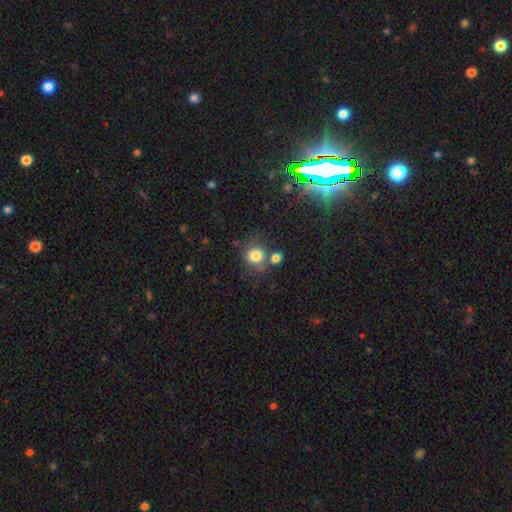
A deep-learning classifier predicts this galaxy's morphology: A smooth galaxy with no disk features (80%) that is round (86%).

Vote fractions:
- Smooth or featured? smooth: 80% / star or artifact: 12% / featured or disk: 8%
- How rounded? round: 86% / in between: 13% / cigar-shaped: 1%
- Merging? none: 63% / merger: 20% / minor disturbance: 12% / major disturbance: 5%